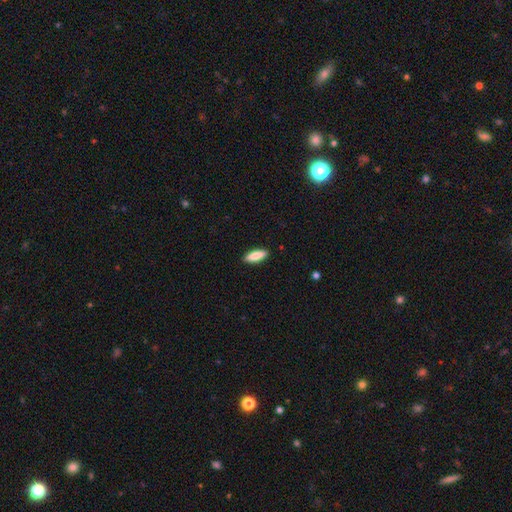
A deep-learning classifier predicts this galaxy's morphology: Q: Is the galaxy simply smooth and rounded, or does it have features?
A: smooth — 84%.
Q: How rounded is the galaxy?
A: in between — 52%.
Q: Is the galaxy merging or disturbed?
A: none — 90%.